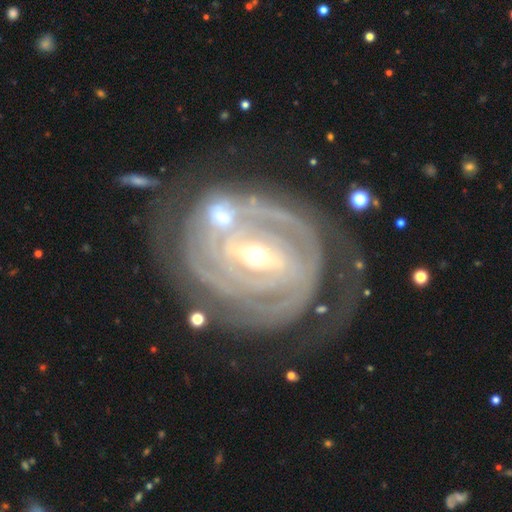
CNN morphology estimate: Overall: featured or disk (90%). Edge-on disk: no (96%). Bar: strong (53%; weak 34%). Spiral arms: yes (96%). Spiral arm count: 2 (35%; can't tell 25%). Spiral winding: tight (79%). Bulge size: small (54%; moderate 42%). Merging: none (53%; minor disturbance 18%).